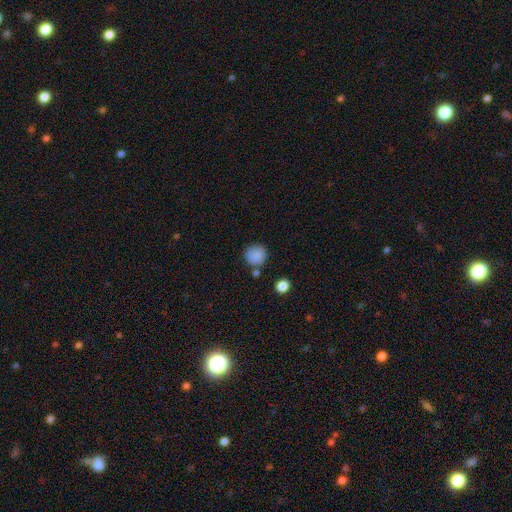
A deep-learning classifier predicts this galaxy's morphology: The model was most divided on "merging": none: 76%, minor disturbance: 14%, merger: 6%, major disturbance: 4%. More confident: how rounded — round (89%); smooth or featured — smooth (85%).